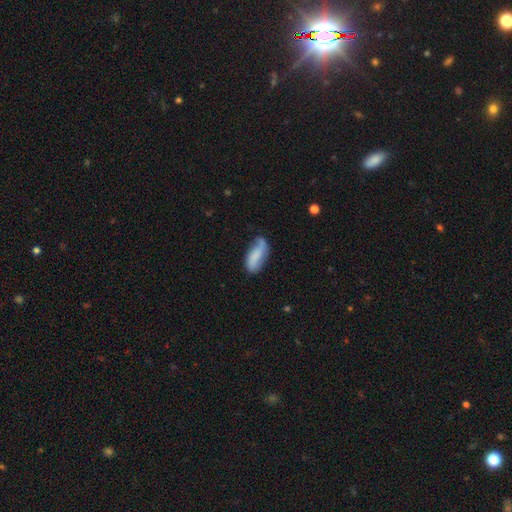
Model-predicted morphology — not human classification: smooth-or-featured: smooth: 58% | featured or disk: 35% | star or artifact: 7%
  how-rounded: in between: 79% | cigar-shaped: 18% | round: 2%
  merging: none: 53% | minor disturbance: 32% | major disturbance: 11% | merger: 4%